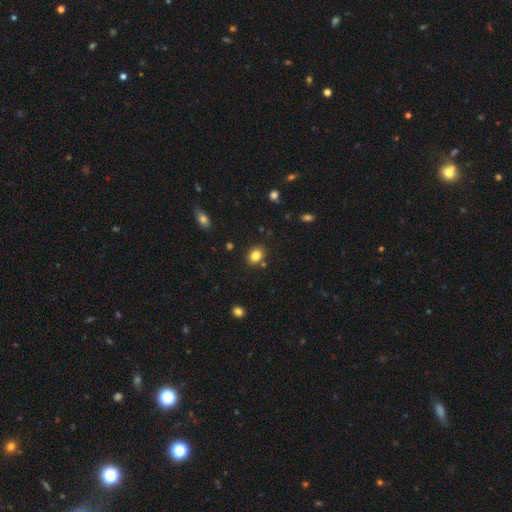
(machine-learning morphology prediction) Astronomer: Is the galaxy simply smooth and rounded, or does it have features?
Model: smooth — 83%.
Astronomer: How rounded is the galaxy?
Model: in between — 61% (runner-up: round, 38%).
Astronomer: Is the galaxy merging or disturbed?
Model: none — 83%.